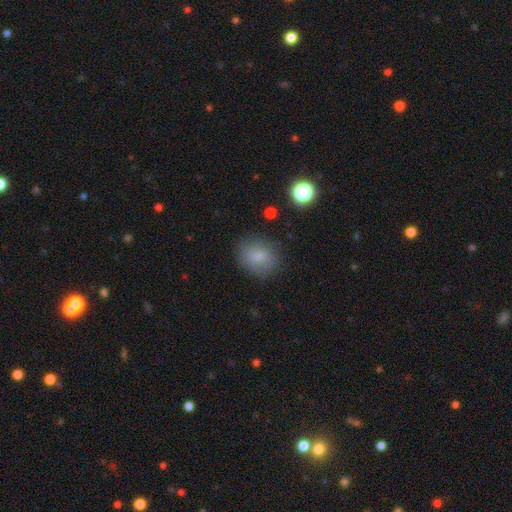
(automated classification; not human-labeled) The model was most divided on "how rounded": round: 60%, in between: 39%, cigar-shaped: 1%. More confident: merging — none (82%); smooth or featured — smooth (78%).